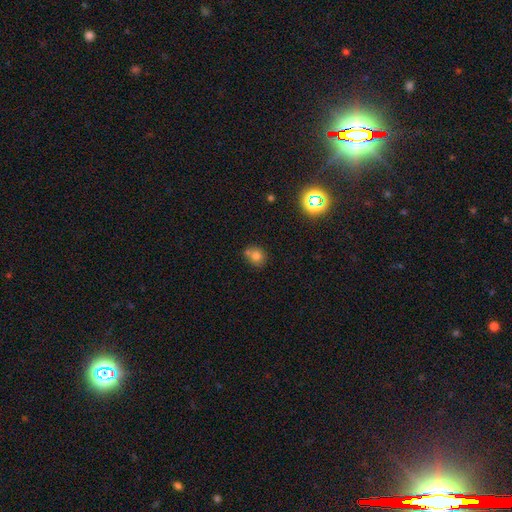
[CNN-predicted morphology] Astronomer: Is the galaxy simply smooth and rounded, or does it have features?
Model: smooth — 76%.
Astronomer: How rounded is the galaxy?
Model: round — 74%.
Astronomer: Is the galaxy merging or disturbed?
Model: none — 55%.